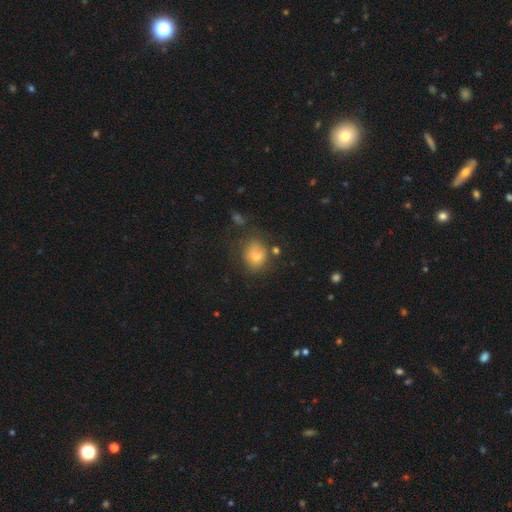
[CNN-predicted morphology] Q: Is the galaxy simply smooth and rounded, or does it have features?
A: smooth — 73%.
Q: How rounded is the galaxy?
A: round — 60%.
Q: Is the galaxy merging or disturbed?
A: none — 70%.